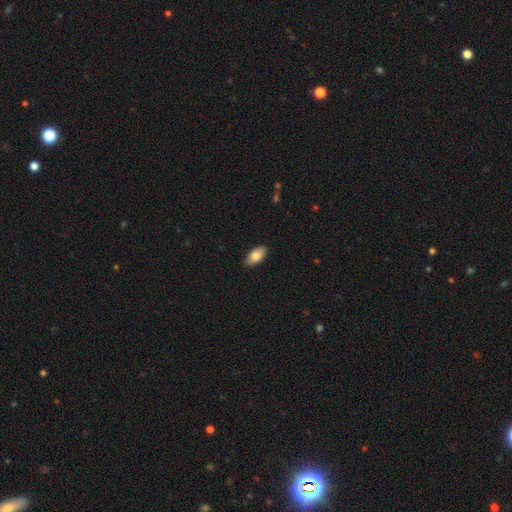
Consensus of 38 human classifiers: A smooth galaxy with no disk features (76%) that is in between round and cigar-shaped (97%). Merging: none (89%).